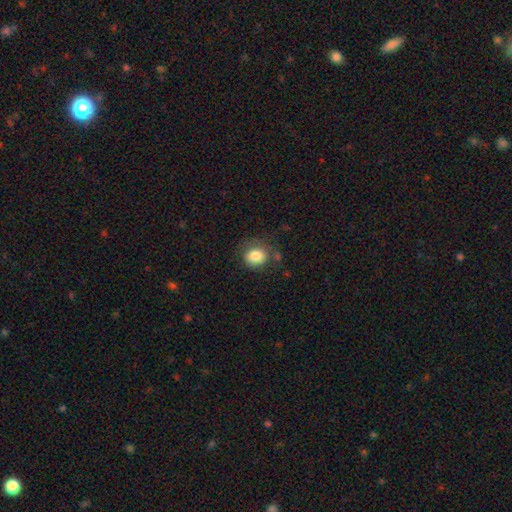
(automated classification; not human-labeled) This is clearly a smooth galaxy (83%). How rounded: likely round (73%). Merging: likely none (66%).